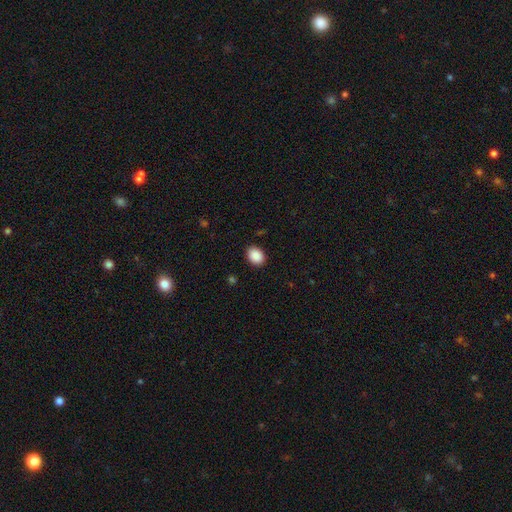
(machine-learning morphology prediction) The model was most divided on "how rounded": in between: 65%, round: 34%, cigar-shaped: 1%. More confident: smooth or featured — smooth (90%); merging — none (89%).